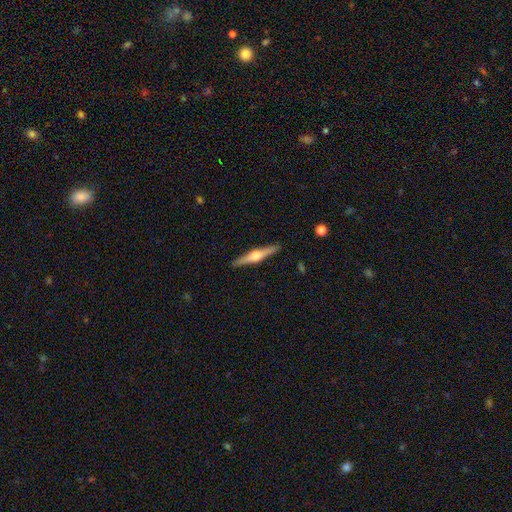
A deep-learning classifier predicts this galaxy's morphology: A featured or disk galaxy (72%) viewed edge-on (98%) with a rounded central bulge (93%). Merging: none (91%).